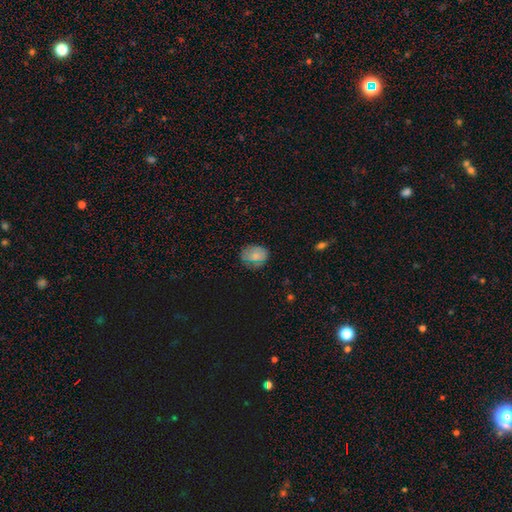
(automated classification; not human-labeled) A smooth galaxy with no disk features (70%) that is round (51%).

Vote fractions:
- Smooth or featured? smooth: 70% / star or artifact: 16% / featured or disk: 13%
- How rounded? round: 51% / in between: 48% / cigar-shaped: 1%
- Merging? none: 77% / minor disturbance: 17% / major disturbance: 4% / merger: 2%